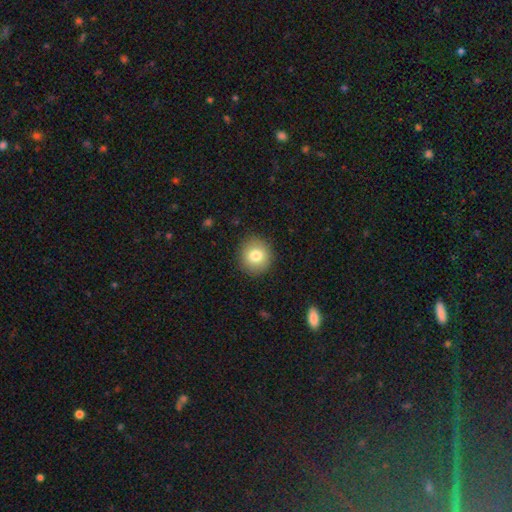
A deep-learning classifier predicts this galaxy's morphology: Smooth or featured? smooth (80%)
How rounded? round (89%)
Merging? none (90%)